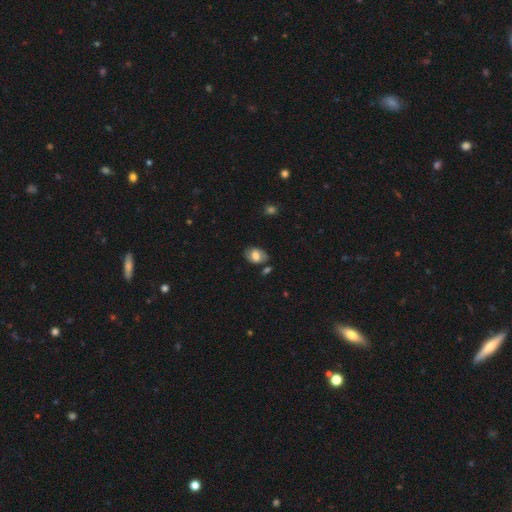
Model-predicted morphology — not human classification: smooth-or-featured: smooth: 62% | featured or disk: 30% | star or artifact: 8%
  how-rounded: in between: 82% | round: 17% | cigar-shaped: 1%
  merging: none: 67% | minor disturbance: 21% | merger: 6% | major disturbance: 6%